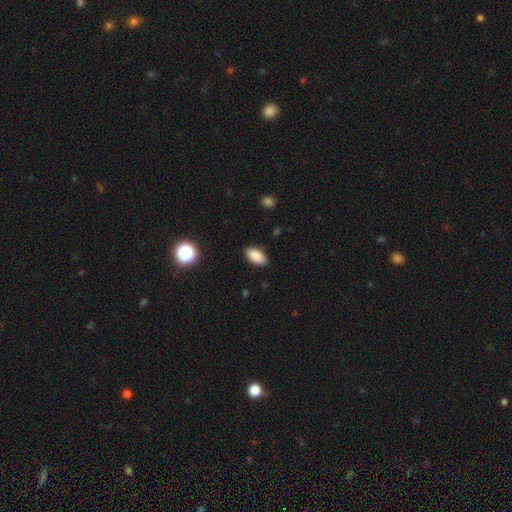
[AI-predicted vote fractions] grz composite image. It shows a smooth galaxy with no disk features (87%) that is in between round and cigar-shaped (92%). Merging: none (88%).